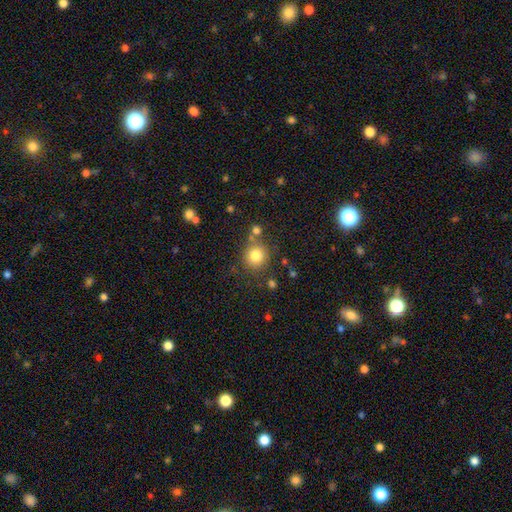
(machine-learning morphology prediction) smooth_or_featured: smooth (p=0.80) [alt: star or artifact p=0.12]
how_rounded: round (p=0.91) [alt: in between p=0.08]
merging: none (p=0.75) [alt: merger p=0.11]